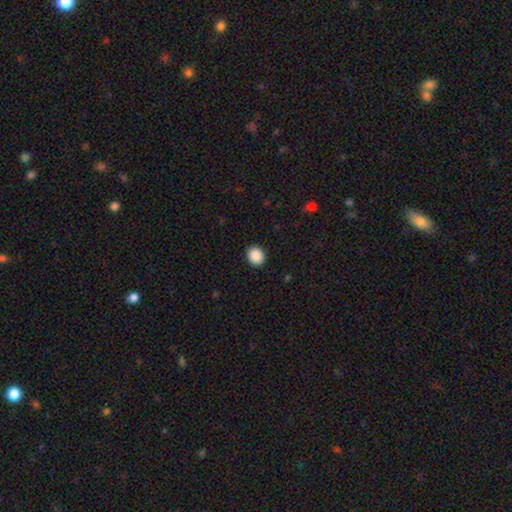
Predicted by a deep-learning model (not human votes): Morphology: type=smooth (89%); roundness=round (74%); merging=none (92%).